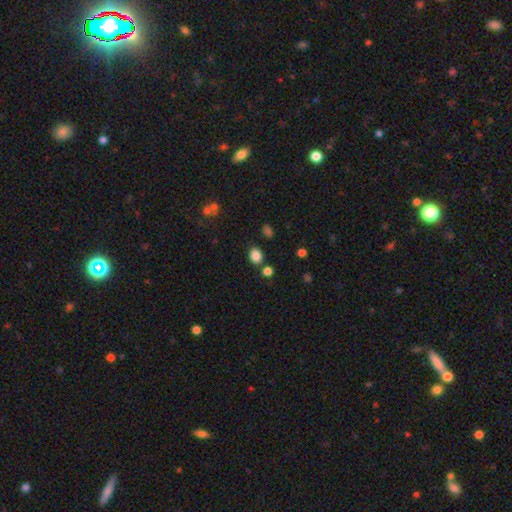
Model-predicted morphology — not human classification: Smooth or featured: smooth — 84% (star or artifact — 12%)
How rounded: round — 51% (in between — 48%)
Merging: none — 78% (minor disturbance — 11%)